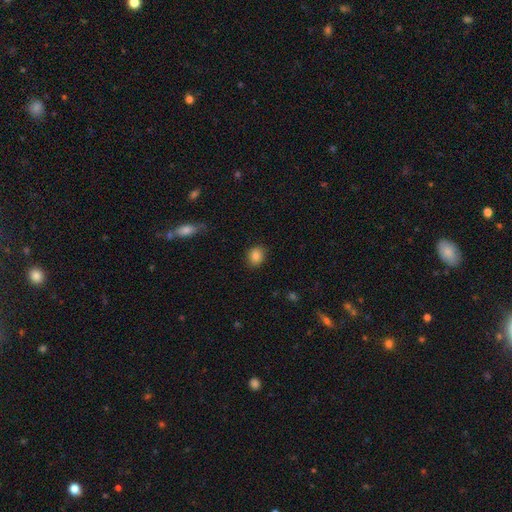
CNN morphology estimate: This appears to be a smooth galaxy with no disk features (84%) that is round (59%). Merging: none (87%).